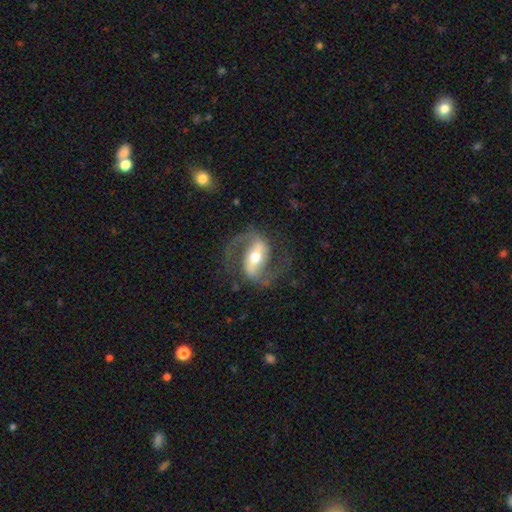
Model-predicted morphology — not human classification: Smooth or featured?
  - featured or disk: 90% *
  - smooth: 6%
  - star or artifact: 4%
Edge-on disk?
  - no: 96% *
  - yes: 4%
Bar?
  - strong: 58% *
  - weak: 29%
  - no: 14%
Spiral arms?
  - yes: 96% *
  - no: 4%
Spiral winding?
  - medium: 56% *
  - loose: 29%
  - tight: 15%
Spiral arm count?
  - 2: 93% *
  - 1: 2%
  - can't tell: 2%
  - 3: 1%
  - 4: 1%
  - more than 4: 1%
Bulge size?
  - moderate: 67% *
  - small: 22%
  - large: 9%
  - dominant: 1%
  - none: 1%
Merging?
  - none: 77% *
  - minor disturbance: 12%
  - major disturbance: 9%
  - merger: 1%